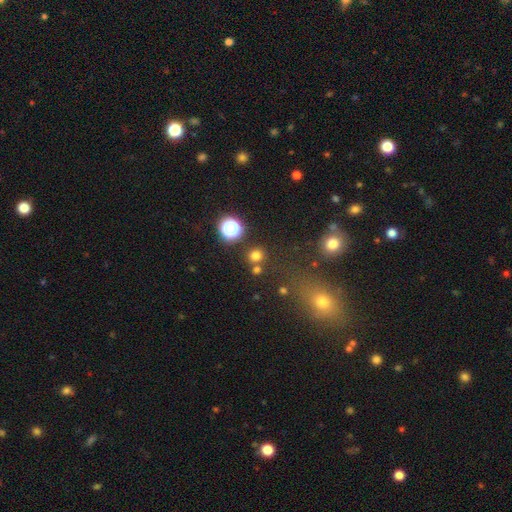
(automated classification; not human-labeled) Smooth or featured?
  - smooth: 72% *
  - star or artifact: 22%
  - featured or disk: 6%
How rounded?
  - round: 89% *
  - in between: 10%
  - cigar-shaped: 1%
Merging?
  - none: 76% *
  - merger: 14%
  - minor disturbance: 7%
  - major disturbance: 3%